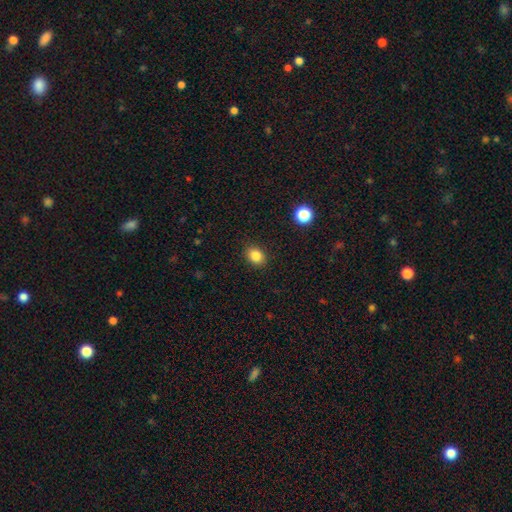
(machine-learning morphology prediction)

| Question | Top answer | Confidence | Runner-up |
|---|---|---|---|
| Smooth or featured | smooth | 84% | star or artifact (11%) |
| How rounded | in between | 51% | round (49%) |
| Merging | none | 89% | minor disturbance (8%) |